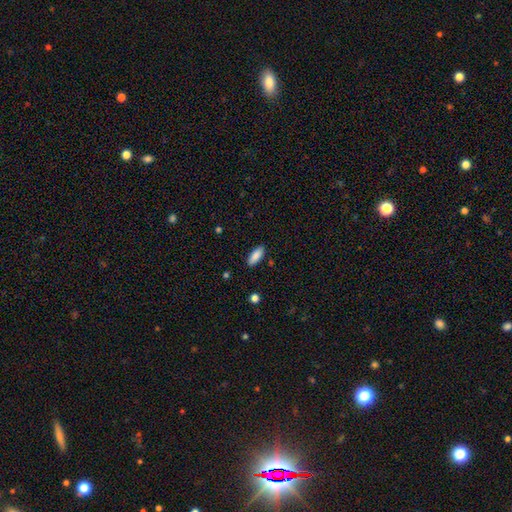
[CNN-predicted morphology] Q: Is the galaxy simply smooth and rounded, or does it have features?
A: smooth — 88%.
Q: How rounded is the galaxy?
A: in between — 79%.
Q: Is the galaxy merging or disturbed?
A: none — 88%.